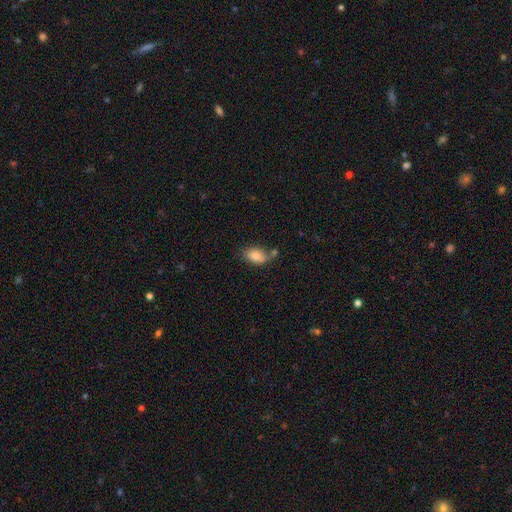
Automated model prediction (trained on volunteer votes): A smooth galaxy with no disk features (80%) that is in between round and cigar-shaped (89%). Merging: none (52%).